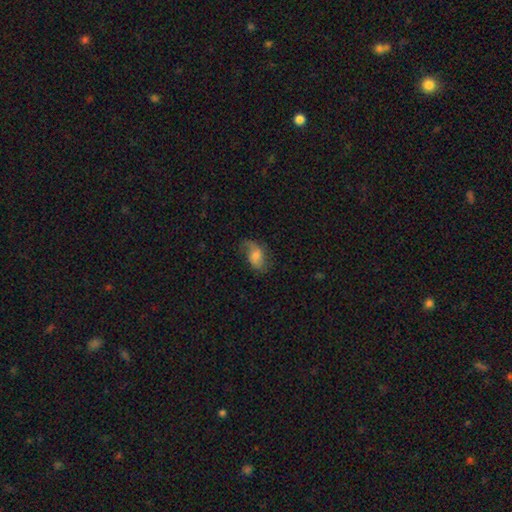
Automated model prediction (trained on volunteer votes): This appears to be a smooth galaxy with no disk features (48%). Merging: none (52%).